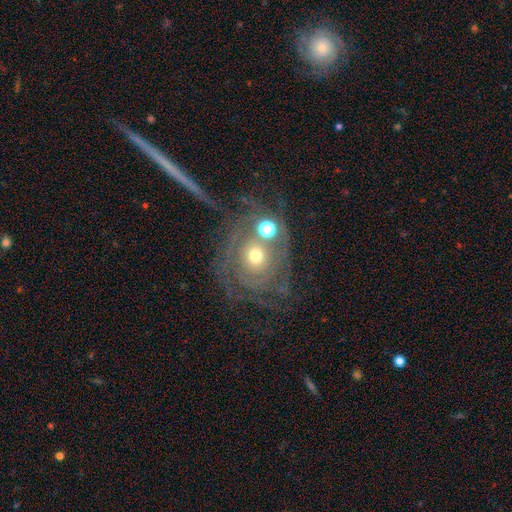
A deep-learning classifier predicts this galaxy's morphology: smooth_or_featured: featured or disk (p=0.71) [alt: smooth p=0.17]
disk_edge_on: no (p=0.96) [alt: yes p=0.04]
bar: no (p=0.85) [alt: weak p=0.11]
has_spiral_arms: yes (p=0.78) [alt: no p=0.22]
spiral_winding: tight (p=0.64) [alt: medium p=0.24]
spiral_arm_count: can't tell (p=0.41) [alt: 2 p=0.19]
bulge_size: moderate (p=0.56) [alt: small p=0.32]
merging: none (p=0.53) [alt: merger p=0.16]